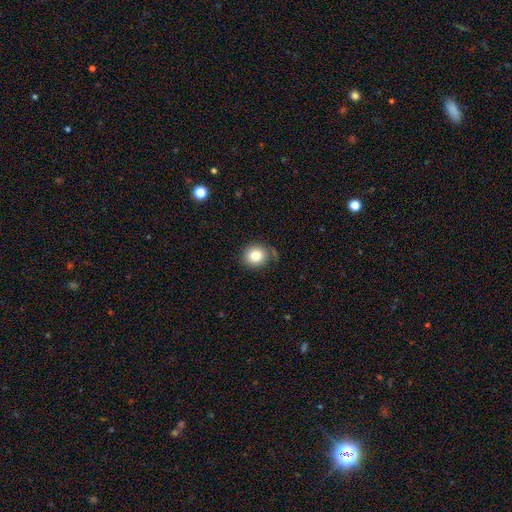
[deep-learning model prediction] smooth_or_featured: smooth (p=0.81) [alt: star or artifact p=0.10]
how_rounded: round (p=0.83) [alt: in between p=0.16]
merging: none (p=0.78) [alt: minor disturbance p=0.15]